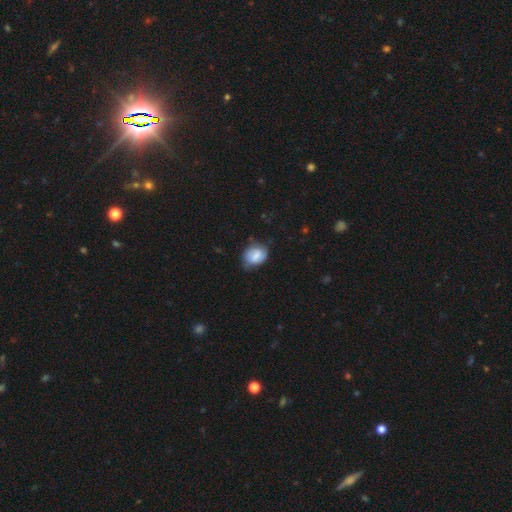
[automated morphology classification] Smooth or featured? Predicted: smooth (p=0.64). How rounded? Predicted: in between (p=0.52). Merging? Predicted: none (p=0.60).